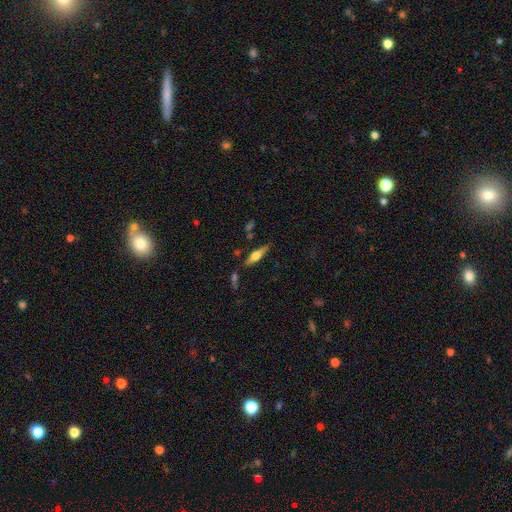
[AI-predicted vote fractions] Smooth or featured?
  - featured or disk: 49% *
  - smooth: 44%
  - star or artifact: 7%
Merging?
  - none: 77% *
  - minor disturbance: 14%
  - merger: 5%
  - major disturbance: 4%